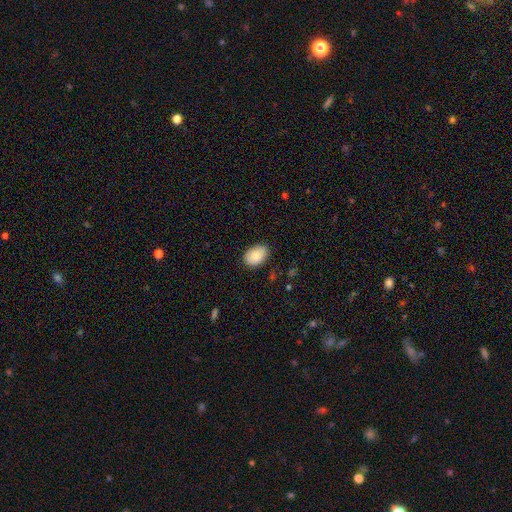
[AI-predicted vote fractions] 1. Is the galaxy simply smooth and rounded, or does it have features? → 86% smooth, 7% featured or disk, 7% star or artifact.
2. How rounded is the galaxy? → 85% in between, 14% round, 1% cigar-shaped.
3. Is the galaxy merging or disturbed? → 82% none, 14% minor disturbance, 2% major disturbance, 1% merger.